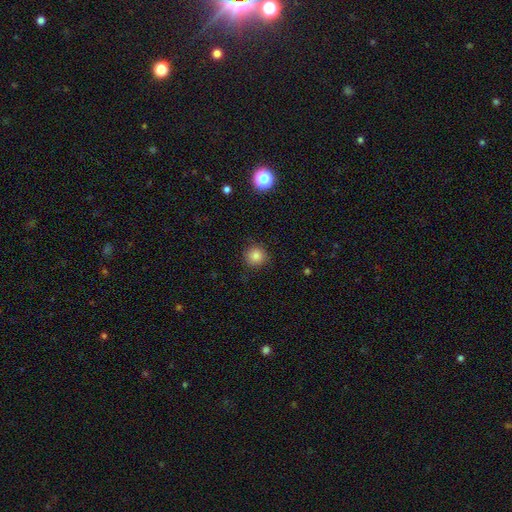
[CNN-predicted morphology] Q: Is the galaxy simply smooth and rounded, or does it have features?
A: smooth — 83%.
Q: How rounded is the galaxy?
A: round — 93%.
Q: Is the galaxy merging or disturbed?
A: none — 88%.